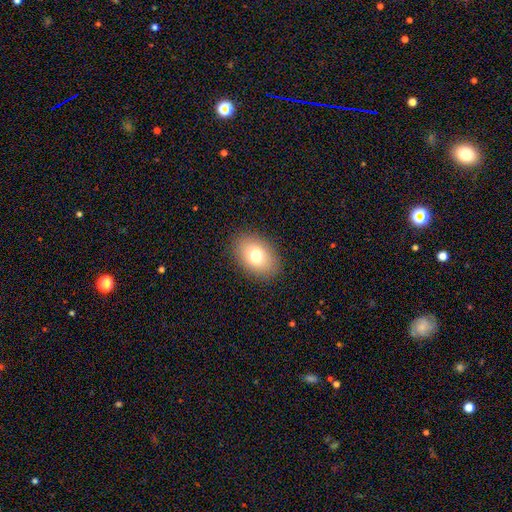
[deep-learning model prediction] Smooth or featured: smooth — 74% (featured or disk — 16%)
How rounded: in between — 81% (round — 18%)
Merging: none — 87% (minor disturbance — 9%)